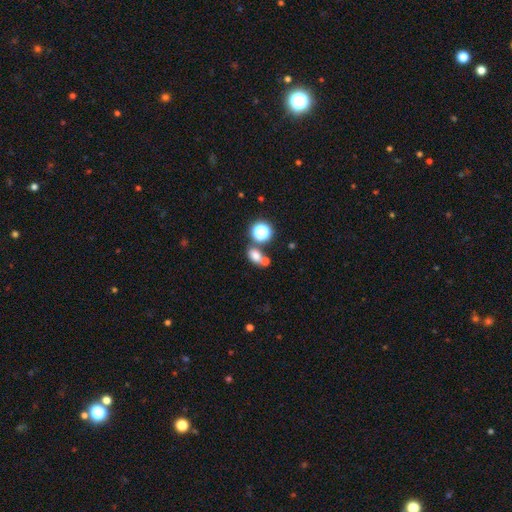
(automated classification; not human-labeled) A smooth galaxy with no disk features (72%) that is in between round and cigar-shaped (61%).

Vote fractions:
- Smooth or featured? smooth: 72% / star or artifact: 18% / featured or disk: 10%
- How rounded? in between: 61% / round: 37% / cigar-shaped: 2%
- Merging? none: 50% / merger: 34% / minor disturbance: 11% / major disturbance: 5%